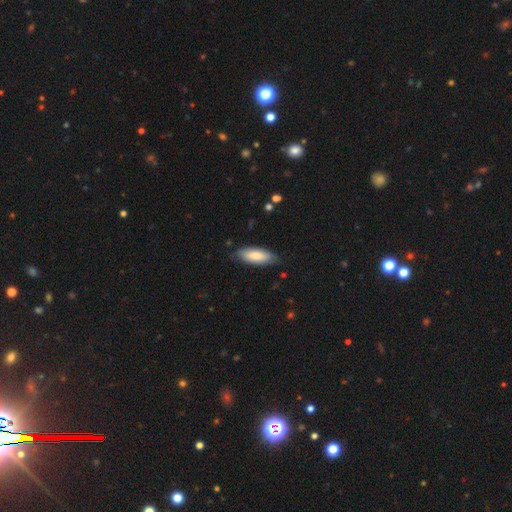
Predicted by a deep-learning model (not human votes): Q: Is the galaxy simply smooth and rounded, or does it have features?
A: smooth — 81%.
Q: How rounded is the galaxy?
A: in between — 73%.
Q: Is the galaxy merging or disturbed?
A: none — 77%.